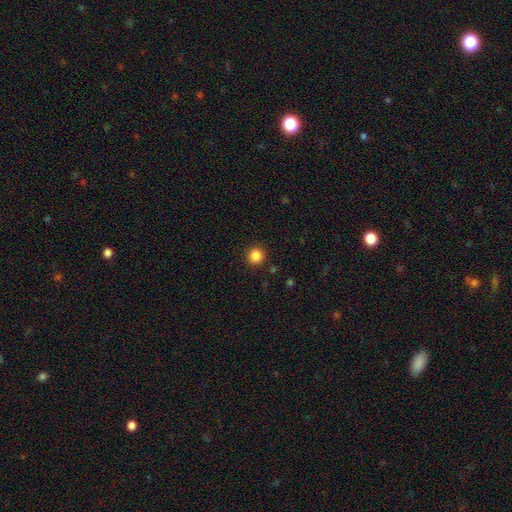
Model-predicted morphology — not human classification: This is clearly a smooth galaxy (85%). How rounded: clearly round (95%). Merging: clearly none (92%).